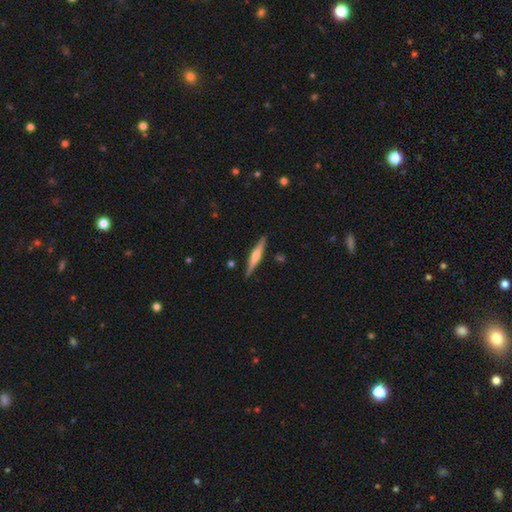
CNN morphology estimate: type=featured or disk (64%); edge-on=yes (98%); edge-on bulge=rounded (79%); merging=none (89%).